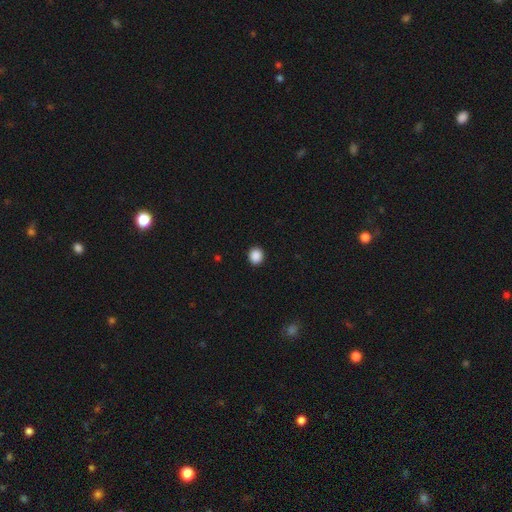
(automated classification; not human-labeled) Smooth or featured? Predicted: smooth (p=0.88). How rounded? Predicted: round (p=0.87). Merging? Predicted: none (p=0.92).